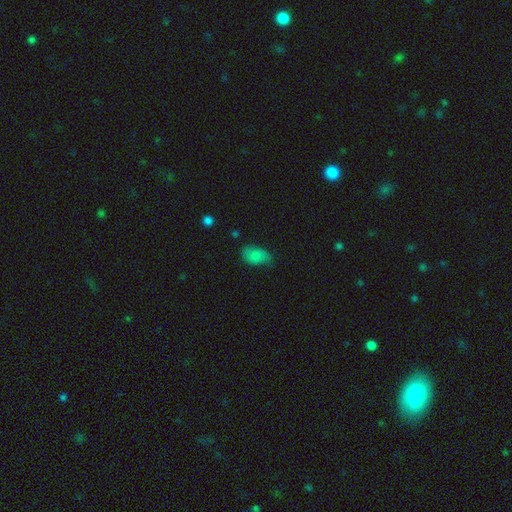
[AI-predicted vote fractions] A smooth galaxy with no disk features (81%) that is in between round and cigar-shaped (92%).

Vote fractions:
- Smooth or featured? smooth: 81% / featured or disk: 10% / star or artifact: 9%
- How rounded? in between: 92% / round: 6% / cigar-shaped: 2%
- Merging? none: 56% / minor disturbance: 33% / major disturbance: 9% / merger: 2%